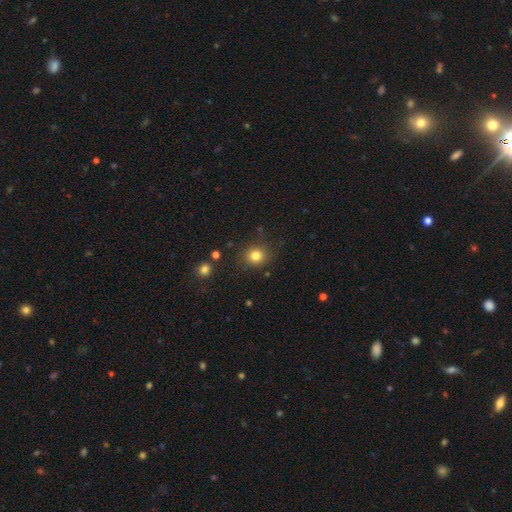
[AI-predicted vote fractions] The model was most divided on "how rounded": round: 83%, in between: 16%, cigar-shaped: 1%. More confident: merging — none (85%); smooth or featured — smooth (81%).